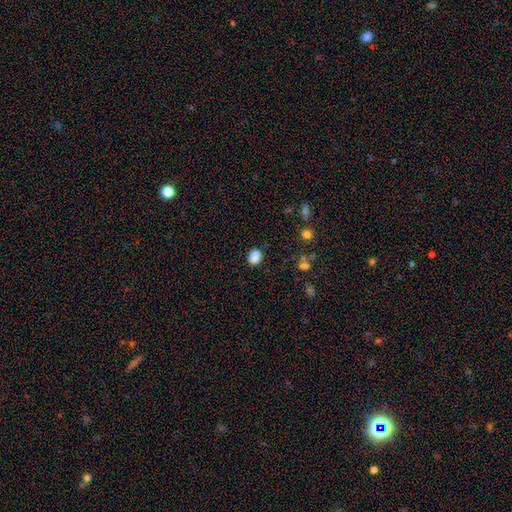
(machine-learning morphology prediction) A smooth galaxy with no disk features (86%) that is in between round and cigar-shaped (59%).

Vote fractions:
- Smooth or featured? smooth: 86% / star or artifact: 11% / featured or disk: 4%
- How rounded? in between: 59% / round: 40% / cigar-shaped: 1%
- Merging? none: 85% / minor disturbance: 11% / major disturbance: 3% / merger: 2%